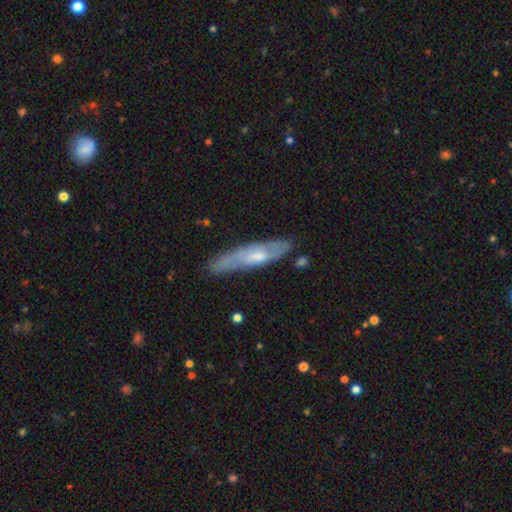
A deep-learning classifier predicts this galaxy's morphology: Overall: featured or disk (58%; smooth 35%). Edge-on disk: yes (54%; no 46%). Merging: none (70%).